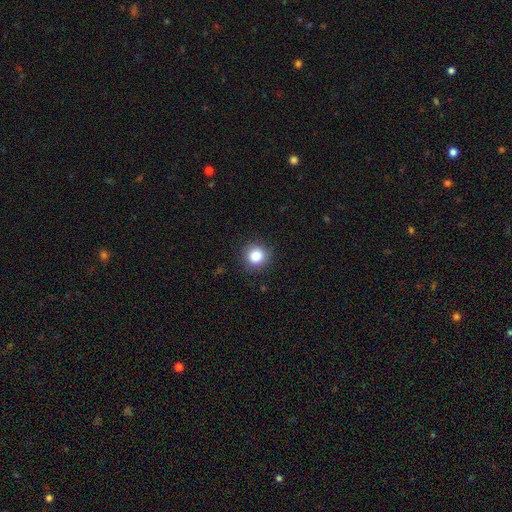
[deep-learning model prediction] Smooth or featured? smooth (85%)
How rounded? round (90%)
Merging? none (88%)